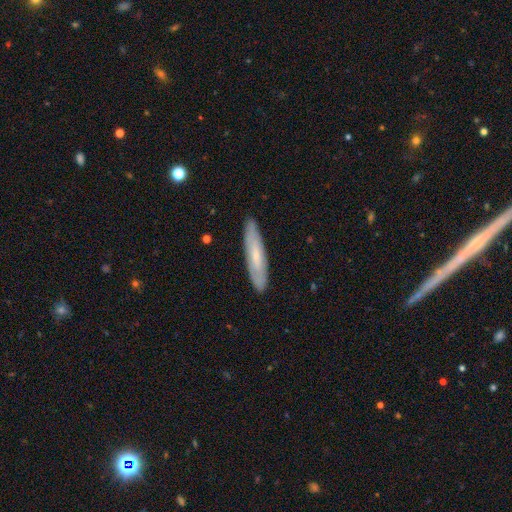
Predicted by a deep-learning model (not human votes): smooth 53%, featured or disk 40%, star or artifact 6%. Down the decision tree: how rounded — cigar-shaped (83%); merging — none (87%).